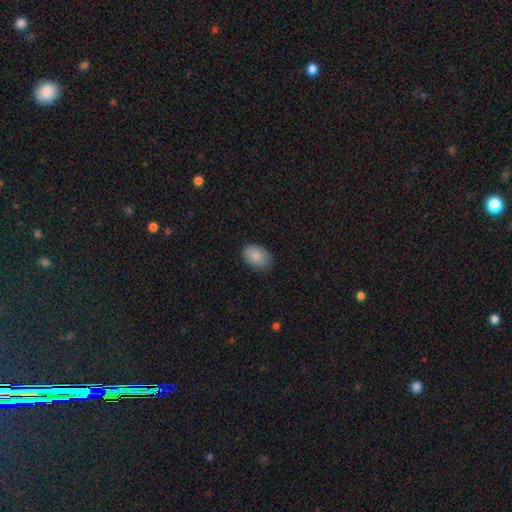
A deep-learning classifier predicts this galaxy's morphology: The model was most divided on "merging": none: 83%, minor disturbance: 14%, major disturbance: 3%, merger: 1%. More confident: smooth or featured — smooth (88%); how rounded — in between (87%).